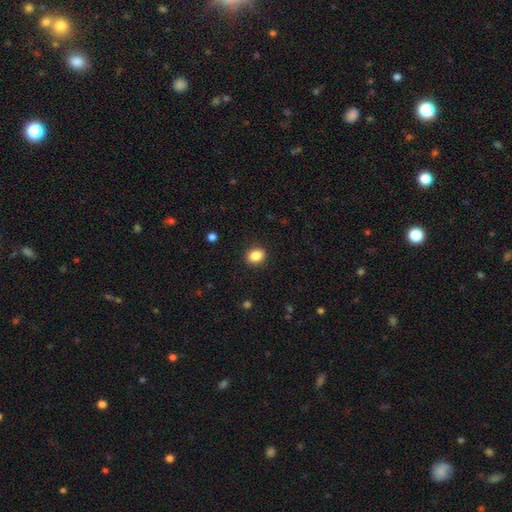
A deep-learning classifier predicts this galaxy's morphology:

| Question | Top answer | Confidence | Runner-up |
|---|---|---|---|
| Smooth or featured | smooth | 86% | star or artifact (10%) |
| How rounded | round | 54% | in between (45%) |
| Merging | none | 90% | minor disturbance (7%) |